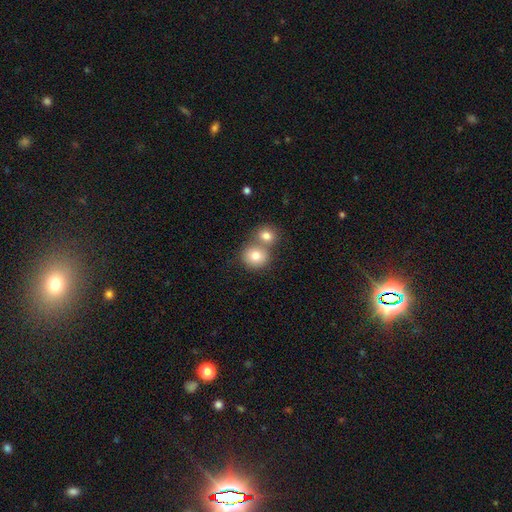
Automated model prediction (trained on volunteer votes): Overall: smooth (80%). How rounded: round (82%). Merging: merger (49%; none 42%).